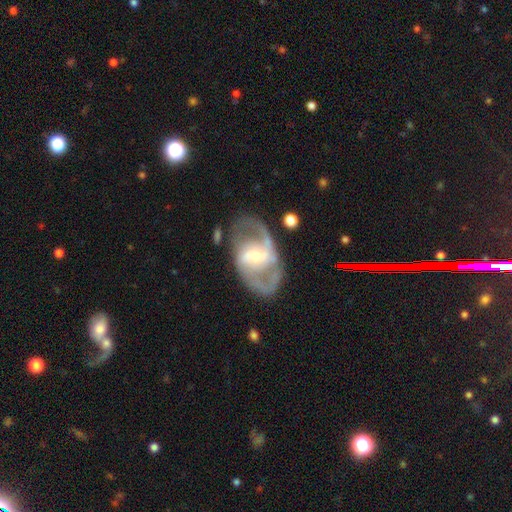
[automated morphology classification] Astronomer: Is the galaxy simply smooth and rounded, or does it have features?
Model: featured or disk — 85%.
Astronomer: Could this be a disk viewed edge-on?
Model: no — 96%.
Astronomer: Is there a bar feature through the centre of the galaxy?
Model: weak — 42% (runner-up: strong, 34%).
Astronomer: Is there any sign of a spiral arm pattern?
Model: yes — 89%.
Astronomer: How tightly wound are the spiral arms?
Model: medium — 53% (runner-up: loose, 28%).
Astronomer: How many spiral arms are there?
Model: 2 — 86%.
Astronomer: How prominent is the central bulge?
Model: moderate — 49% (runner-up: small, 43%).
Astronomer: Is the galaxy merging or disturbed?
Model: none — 73%.